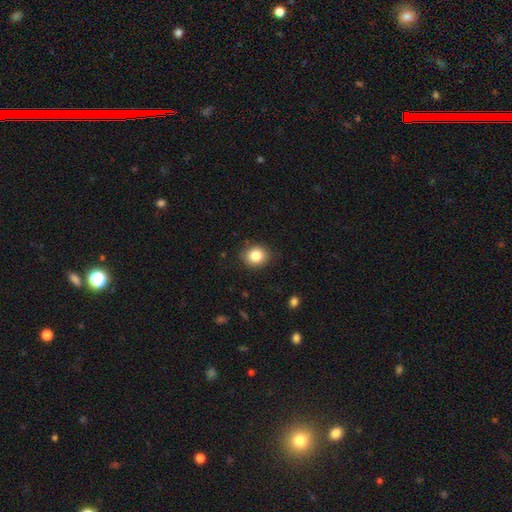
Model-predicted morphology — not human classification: Overall: smooth (84%). How rounded: round (73%). Merging: none (87%).